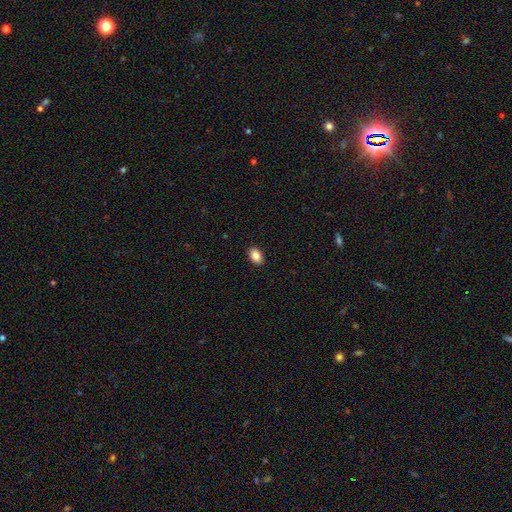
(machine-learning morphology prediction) This appears to be a smooth galaxy with no disk features (86%) that is in between round and cigar-shaped (88%). Merging: none (91%).